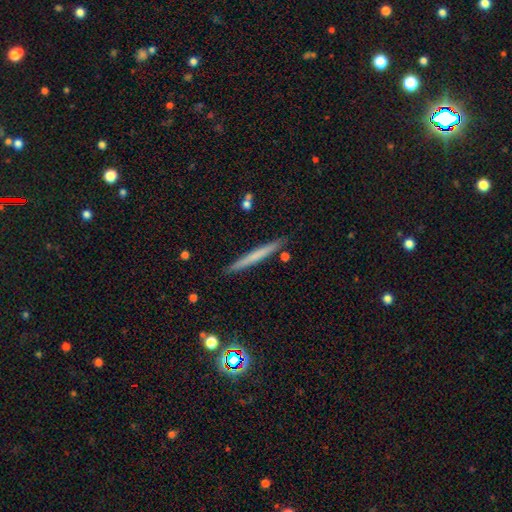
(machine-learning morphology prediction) A smooth galaxy with no disk features (56%) that is cigar-shaped (97%).

Vote fractions:
- Smooth or featured? smooth: 56% / featured or disk: 37% / star or artifact: 7%
- How rounded? cigar-shaped: 97% / in between: 2% / round: 1%
- Merging? none: 90% / minor disturbance: 7% / merger: 2% / major disturbance: 1%